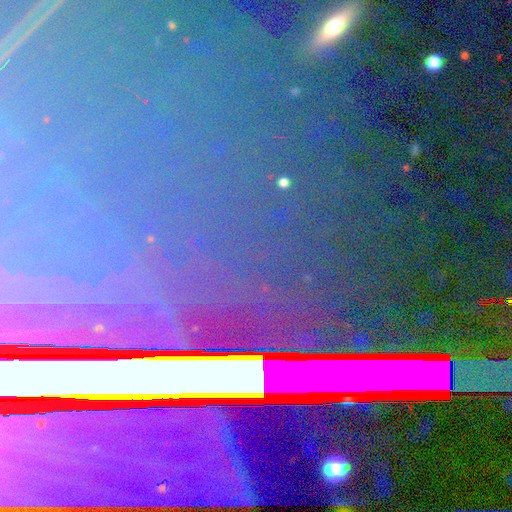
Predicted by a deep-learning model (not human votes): A star or artifact, not a galaxy (75%).